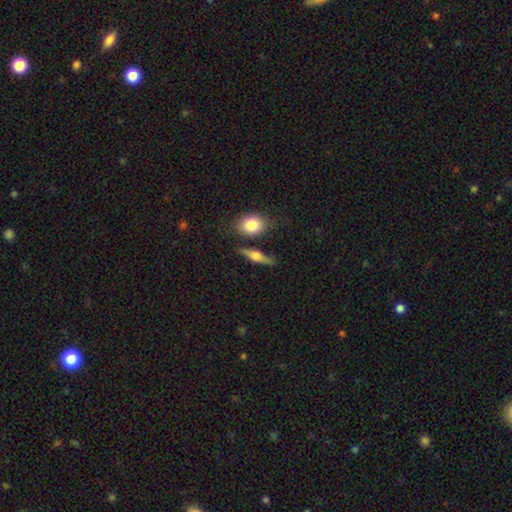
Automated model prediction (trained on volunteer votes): A featured or disk galaxy (57%) viewed edge-on (93%) with a rounded central bulge (92%).

Vote fractions:
- Smooth or featured? featured or disk: 57% / smooth: 35% / star or artifact: 8%
- Edge-on disk? yes: 93% / no: 7%
- Edge-on bulge? rounded: 92% / boxy: 6% / none: 3%
- Merging? none: 80% / minor disturbance: 12% / merger: 5% / major disturbance: 3%